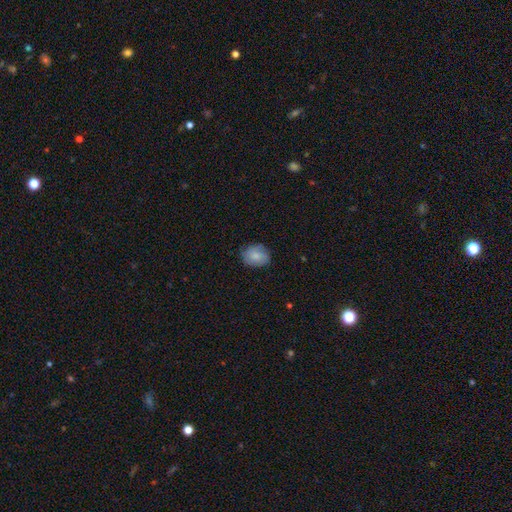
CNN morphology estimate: This is likely a smooth galaxy (77%). How rounded: possibly round (56%). Merging: likely none (74%).